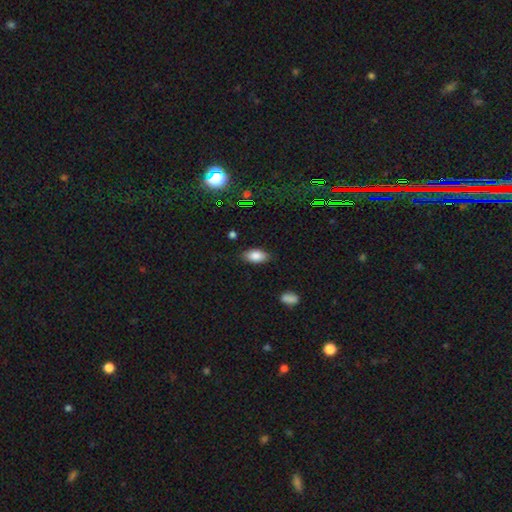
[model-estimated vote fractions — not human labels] Smooth or featured?
  - smooth: 84% *
  - star or artifact: 9%
  - featured or disk: 8%
How rounded?
  - in between: 92% *
  - round: 4%
  - cigar-shaped: 4%
Merging?
  - none: 83% *
  - minor disturbance: 13%
  - major disturbance: 3%
  - merger: 1%